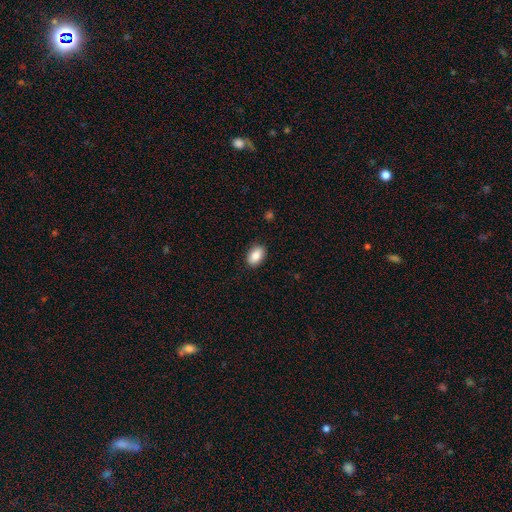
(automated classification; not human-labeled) smooth-or-featured: smooth: 86% | star or artifact: 7% | featured or disk: 7%
  how-rounded: in between: 90% | round: 8% | cigar-shaped: 2%
  merging: none: 89% | minor disturbance: 8% | major disturbance: 2% | merger: 1%